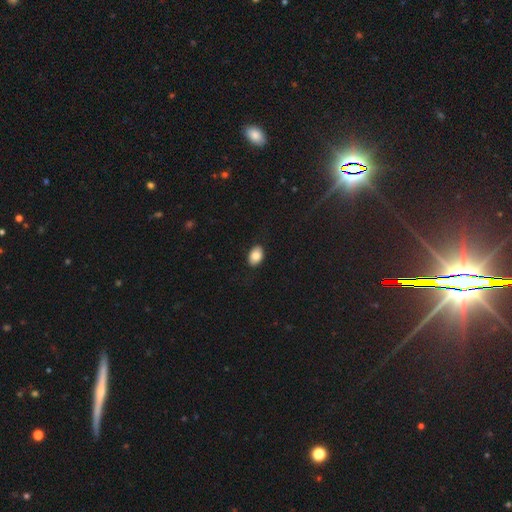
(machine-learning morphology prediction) A smooth galaxy with no disk features (83%) that is in between round and cigar-shaped (85%).

Vote fractions:
- Smooth or featured? smooth: 83% / featured or disk: 9% / star or artifact: 8%
- How rounded? in between: 85% / round: 13% / cigar-shaped: 1%
- Merging? none: 87% / minor disturbance: 9% / major disturbance: 2% / merger: 1%